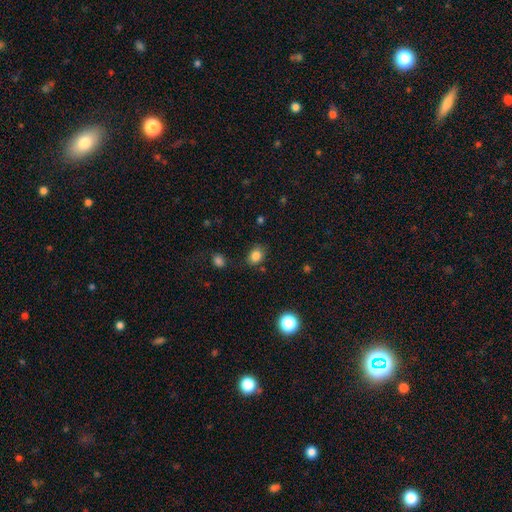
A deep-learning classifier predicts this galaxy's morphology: This appears to be a smooth galaxy with no disk features (83%) that is in between round and cigar-shaped (54%). Merging: none (77%).